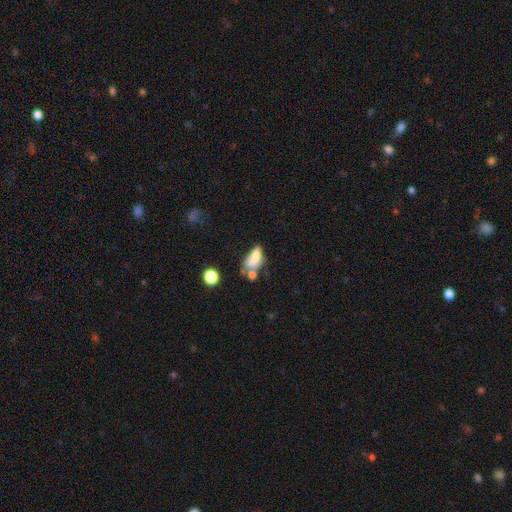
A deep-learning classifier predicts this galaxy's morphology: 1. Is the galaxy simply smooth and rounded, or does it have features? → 65% smooth, 23% featured or disk, 11% star or artifact.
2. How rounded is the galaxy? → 83% in between, 10% cigar-shaped, 7% round.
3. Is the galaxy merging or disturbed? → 35% merger, 24% none, 21% major disturbance, 20% minor disturbance.